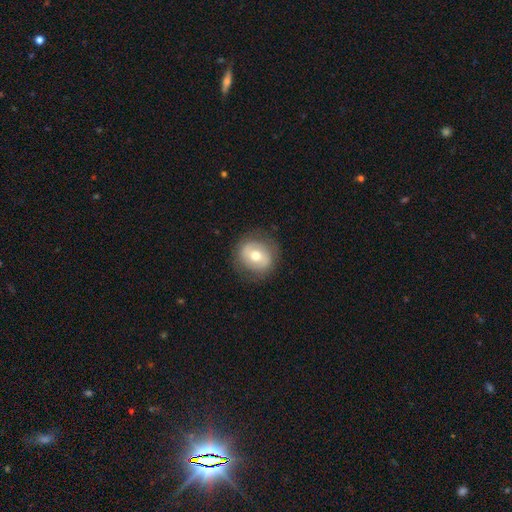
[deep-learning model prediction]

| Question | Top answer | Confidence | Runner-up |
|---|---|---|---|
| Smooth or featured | smooth | 49% | featured or disk (43%) |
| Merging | none | 81% | minor disturbance (13%) |